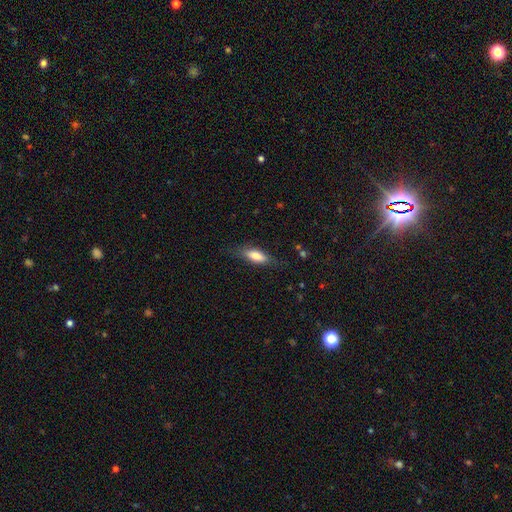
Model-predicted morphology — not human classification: smooth 76%, featured or disk 17%, star or artifact 7%. Down the decision tree: how rounded — in between (65%); merging — none (75%).